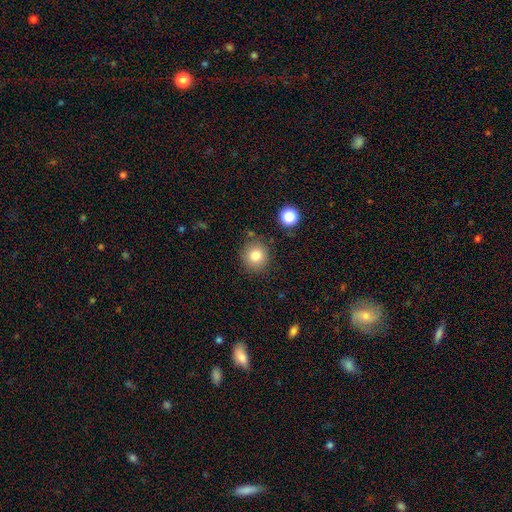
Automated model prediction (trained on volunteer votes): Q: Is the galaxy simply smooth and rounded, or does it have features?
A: smooth — 81%.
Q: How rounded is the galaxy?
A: round — 89%.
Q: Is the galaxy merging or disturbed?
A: none — 83%.